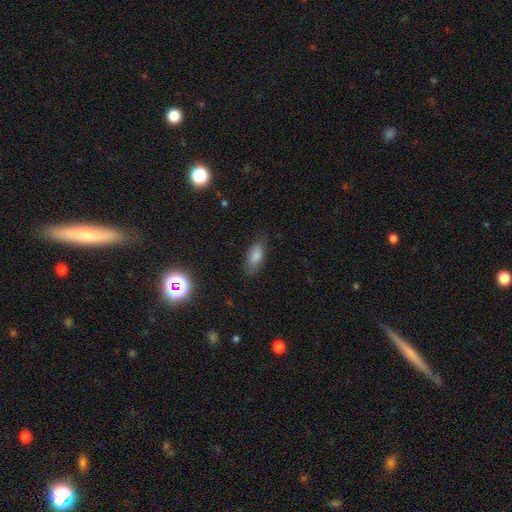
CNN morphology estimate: Q: Smooth or featured?
A: smooth (82%); runner-up: star or artifact (9%)
Q: How rounded?
A: in between (83%); runner-up: cigar-shaped (14%)
Q: Merging?
A: none (79%); runner-up: minor disturbance (16%)